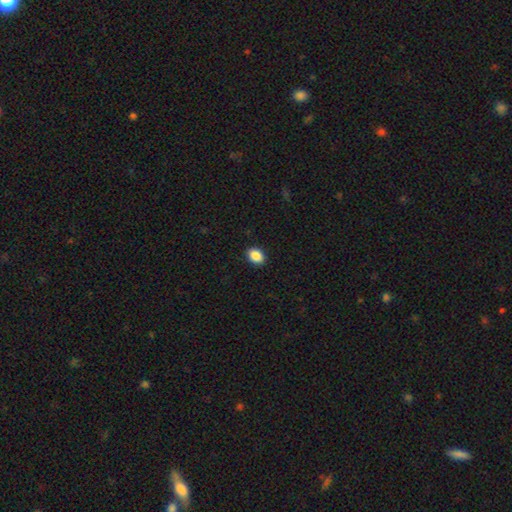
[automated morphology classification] Smooth or featured? Predicted: smooth (p=0.89). How rounded? Predicted: in between (p=0.67). Merging? Predicted: none (p=0.91).